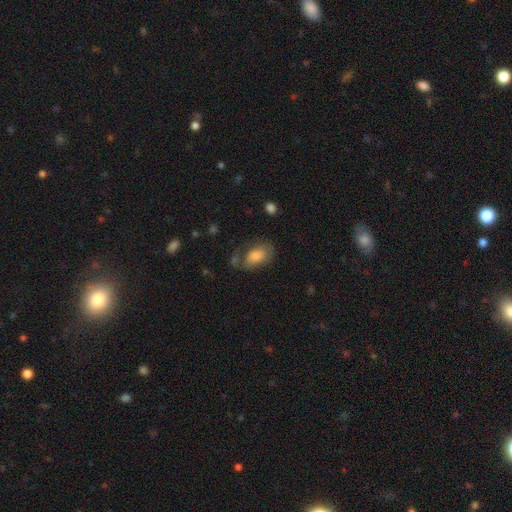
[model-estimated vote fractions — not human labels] Smooth or featured?
  - smooth: 71% *
  - featured or disk: 21%
  - star or artifact: 8%
How rounded?
  - in between: 88% *
  - round: 10%
  - cigar-shaped: 2%
Merging?
  - none: 56% *
  - minor disturbance: 24%
  - major disturbance: 15%
  - merger: 5%